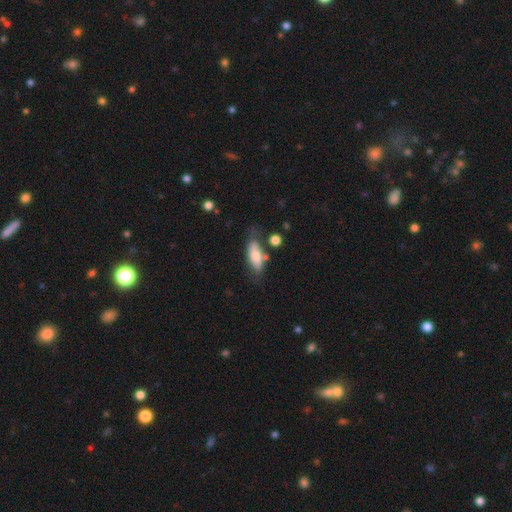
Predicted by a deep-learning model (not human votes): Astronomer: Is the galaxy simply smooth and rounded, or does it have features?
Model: smooth — 70%.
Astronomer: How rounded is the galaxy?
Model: in between — 76%.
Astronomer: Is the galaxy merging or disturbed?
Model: none — 57%.